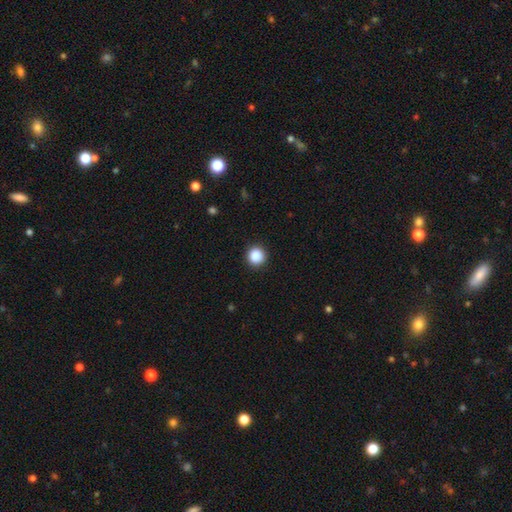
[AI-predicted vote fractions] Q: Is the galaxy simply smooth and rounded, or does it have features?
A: smooth — 88%.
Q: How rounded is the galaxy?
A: round — 94%.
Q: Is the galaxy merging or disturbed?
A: none — 92%.